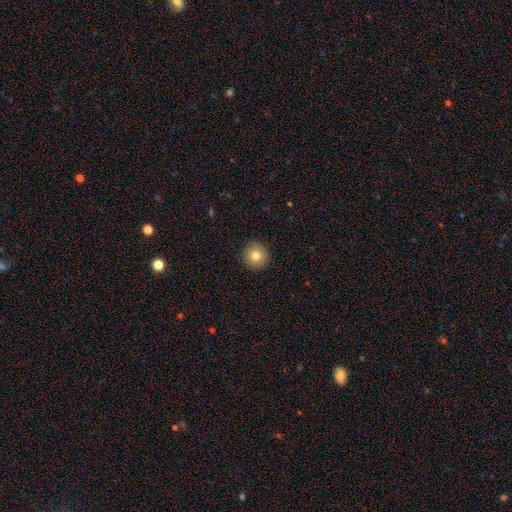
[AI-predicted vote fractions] Smooth or featured?
  - smooth: 80% *
  - star or artifact: 10%
  - featured or disk: 10%
How rounded?
  - round: 94% *
  - in between: 5%
  - cigar-shaped: 1%
Merging?
  - none: 92% *
  - minor disturbance: 5%
  - major disturbance: 2%
  - merger: 1%